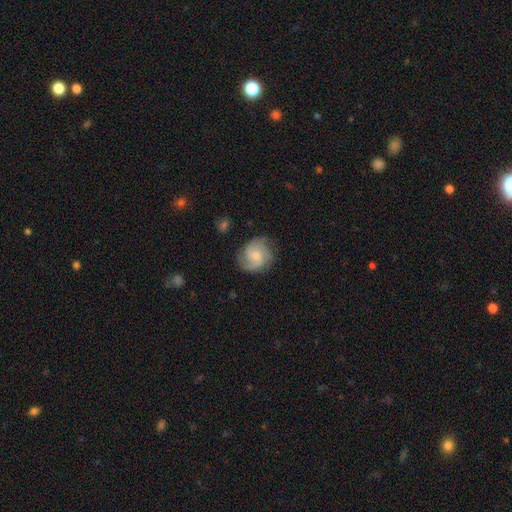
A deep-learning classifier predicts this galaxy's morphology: A featured or disk galaxy (73%) with no bar (60%), 3 (36%) medium (47%) spiral arms (95%) and a small central bulge (48%).

Vote fractions:
- Smooth or featured? featured or disk: 73% / smooth: 21% / star or artifact: 6%
- Edge-on disk? no: 98% / yes: 2%
- Bar? no: 60% / weak: 35% / strong: 5%
- Spiral arms? yes: 95% / no: 5%
- Spiral winding? medium: 47% / tight: 35% / loose: 18%
- Spiral arm count? 3: 36% / 2: 35% / can't tell: 15% / 4: 6% / 1: 5% / more than 4: 4%
- Bulge size? small: 48% / moderate: 40% / none: 7% / large: 4% / dominant: 1%
- Merging? none: 75% / minor disturbance: 17% / major disturbance: 6% / merger: 2%